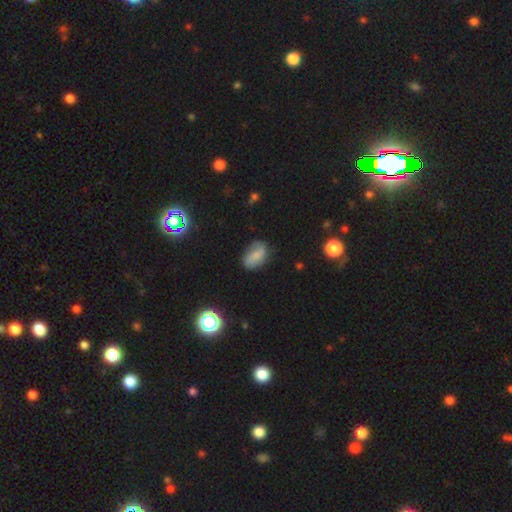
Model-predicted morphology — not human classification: Smooth or featured? smooth (57%)
How rounded? in between (86%)
Merging? none (67%)